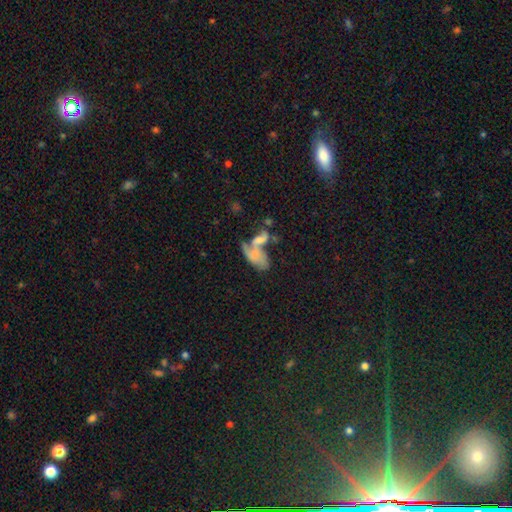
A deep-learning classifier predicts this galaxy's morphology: smooth-or-featured: smooth: 57% | featured or disk: 32% | star or artifact: 11%
  how-rounded: in between: 86% | cigar-shaped: 9% | round: 5%
  merging: merger: 61% | major disturbance: 15% | none: 15% | minor disturbance: 9%